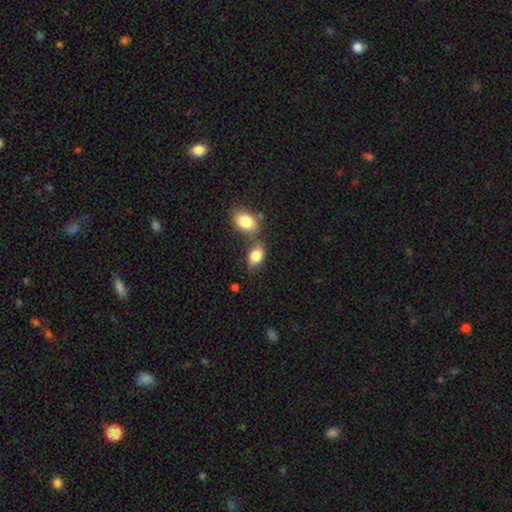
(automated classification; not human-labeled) Smooth or featured: smooth — 83% (featured or disk — 9%)
How rounded: in between — 87% (round — 11%)
Merging: none — 47% (merger — 35%)